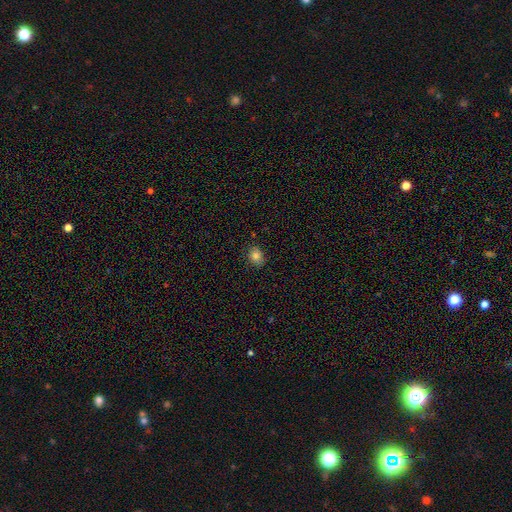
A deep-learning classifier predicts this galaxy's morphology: smooth-or-featured: smooth: 82% | star or artifact: 11% | featured or disk: 6%
  how-rounded: in between: 54% | round: 45% | cigar-shaped: 1%
  merging: none: 85% | minor disturbance: 12% | major disturbance: 2% | merger: 1%